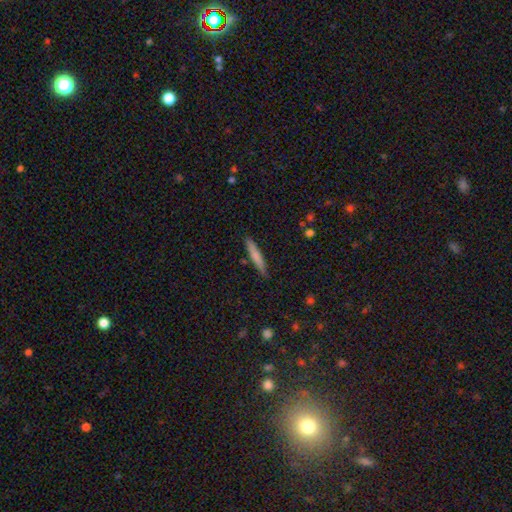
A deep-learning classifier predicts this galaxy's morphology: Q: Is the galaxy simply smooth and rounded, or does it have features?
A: smooth — 74%.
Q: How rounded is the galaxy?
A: cigar-shaped — 93%.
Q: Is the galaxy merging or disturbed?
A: none — 87%.